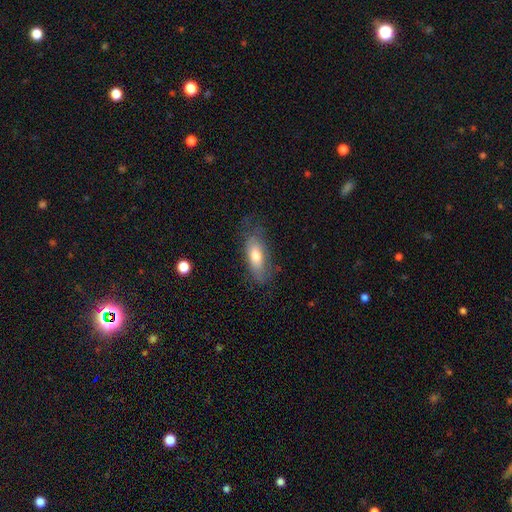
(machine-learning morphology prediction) A smooth galaxy with no disk features (67%) that is in between round and cigar-shaped (74%). Merging: none (62%).